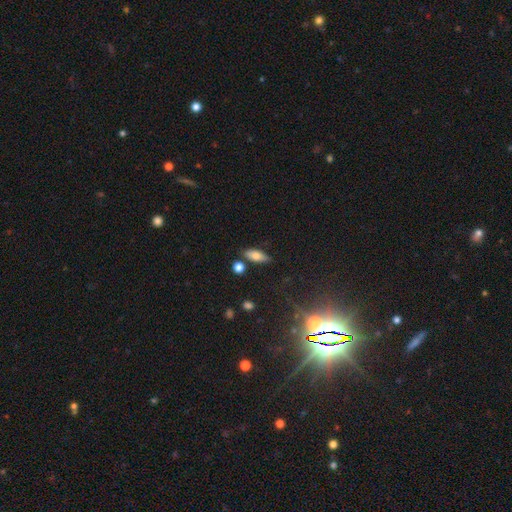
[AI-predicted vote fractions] The model was most divided on "how rounded": in between: 73%, cigar-shaped: 23%, round: 4%. More confident: merging — none (78%); smooth or featured — smooth (74%).